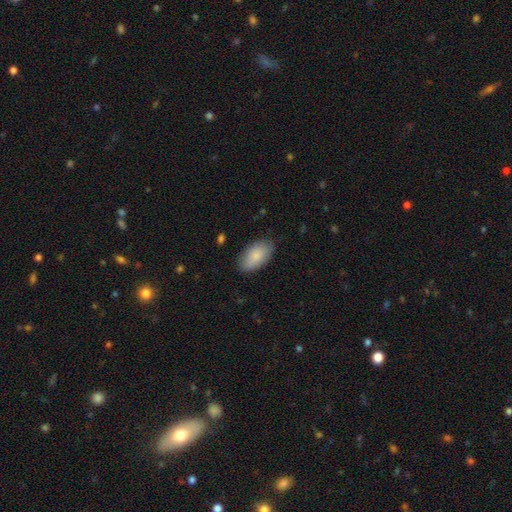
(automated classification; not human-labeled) A smooth galaxy with no disk features (86%) that is in between round and cigar-shaped (94%). Merging: none (83%).